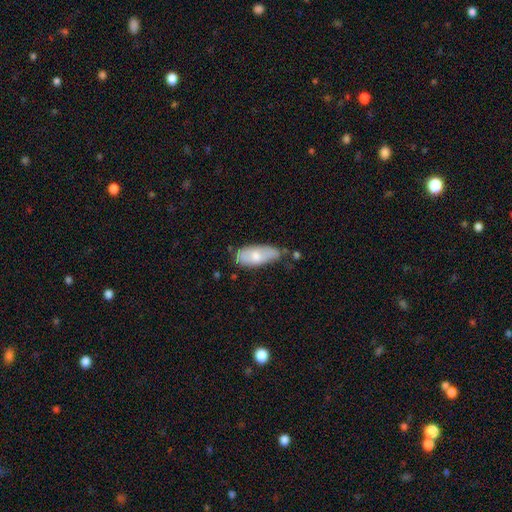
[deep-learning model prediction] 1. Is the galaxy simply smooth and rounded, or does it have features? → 71% smooth, 23% featured or disk, 6% star or artifact.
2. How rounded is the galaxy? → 85% in between, 13% cigar-shaped, 2% round.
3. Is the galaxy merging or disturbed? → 51% none, 34% minor disturbance, 8% major disturbance, 7% merger.